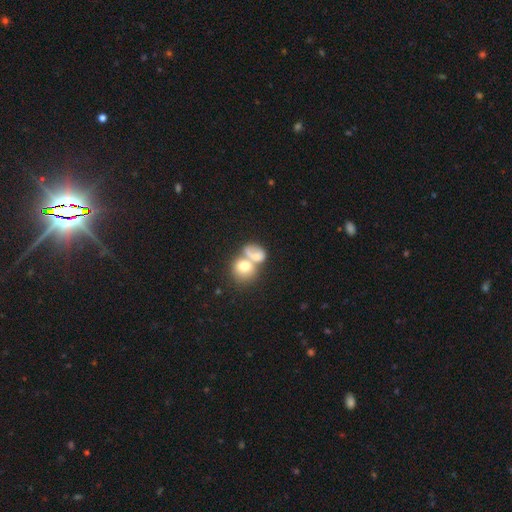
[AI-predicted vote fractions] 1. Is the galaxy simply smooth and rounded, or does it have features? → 69% smooth, 22% featured or disk, 10% star or artifact.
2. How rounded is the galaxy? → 50% round, 49% in between, 2% cigar-shaped.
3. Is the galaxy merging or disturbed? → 66% merger, 18% none, 8% major disturbance, 8% minor disturbance.